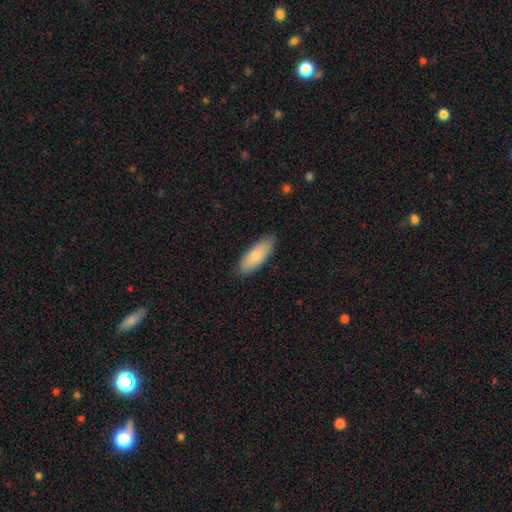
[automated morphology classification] Q: Smooth or featured?
A: smooth (78%); runner-up: featured or disk (16%)
Q: How rounded?
A: in between (70%); runner-up: cigar-shaped (28%)
Q: Merging?
A: none (84%); runner-up: minor disturbance (13%)